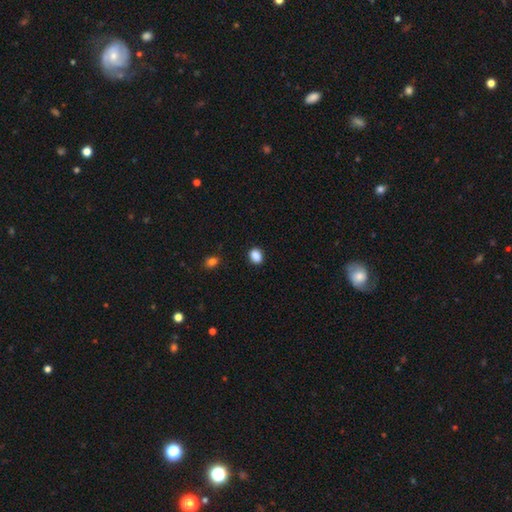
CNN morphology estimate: This is clearly a smooth galaxy (88%). How rounded: possibly in between (60%). Merging: clearly none (87%).